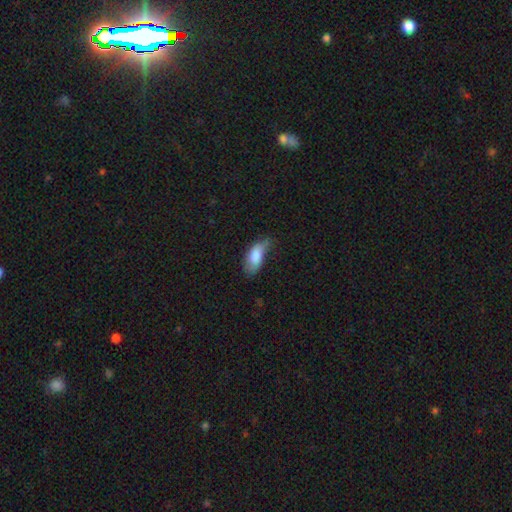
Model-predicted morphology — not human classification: smooth_or_featured: smooth (p=0.79) [alt: featured or disk p=0.14]
how_rounded: in between (p=0.87) [alt: cigar-shaped p=0.11]
merging: none (p=0.43) [alt: minor disturbance p=0.41]